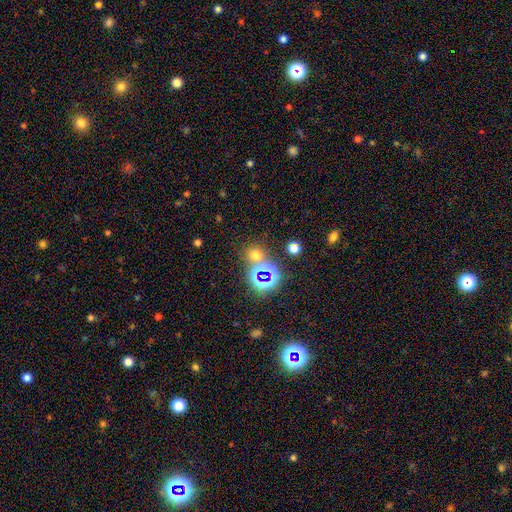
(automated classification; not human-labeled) Overall: smooth (56%; star or artifact 37%). How rounded: round (88%). Merging: none (73%).